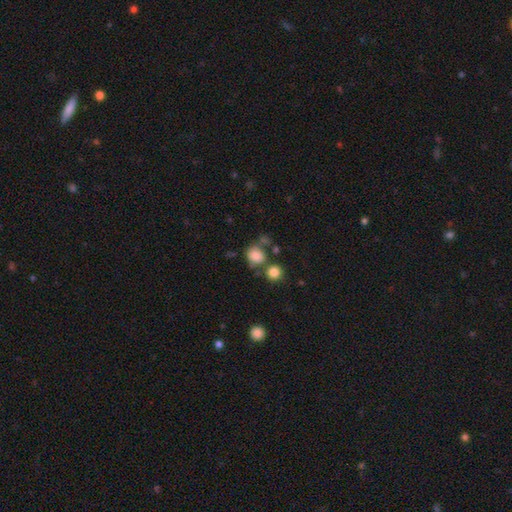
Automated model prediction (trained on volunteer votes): Smooth or featured? Predicted: smooth (p=0.81). How rounded? Predicted: round (p=0.72). Merging? Predicted: none (p=0.54).